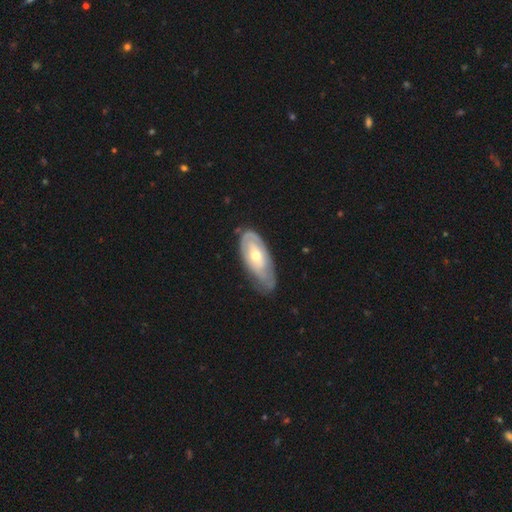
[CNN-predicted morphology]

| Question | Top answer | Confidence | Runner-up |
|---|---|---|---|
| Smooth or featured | featured or disk | 68% | smooth (27%) |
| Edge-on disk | no | 88% | yes (12%) |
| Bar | no | 73% | weak (22%) |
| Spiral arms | yes | 71% | no (29%) |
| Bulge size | moderate | 60% | small (35%) |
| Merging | none | 54% | minor disturbance (33%) |